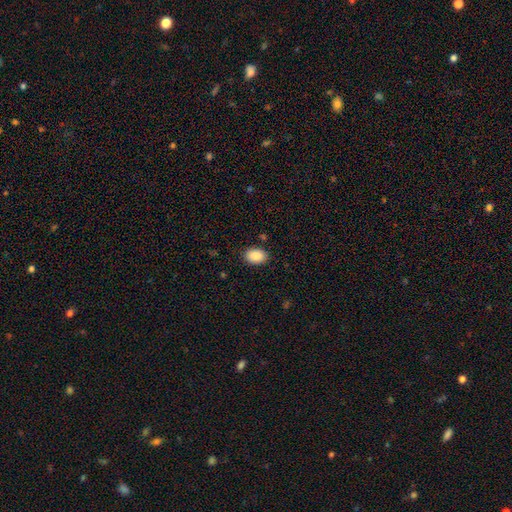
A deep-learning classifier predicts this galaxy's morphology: smooth-or-featured: smooth: 88% | star or artifact: 7% | featured or disk: 4%
  how-rounded: in between: 81% | round: 18% | cigar-shaped: 1%
  merging: none: 87% | minor disturbance: 9% | major disturbance: 2% | merger: 1%